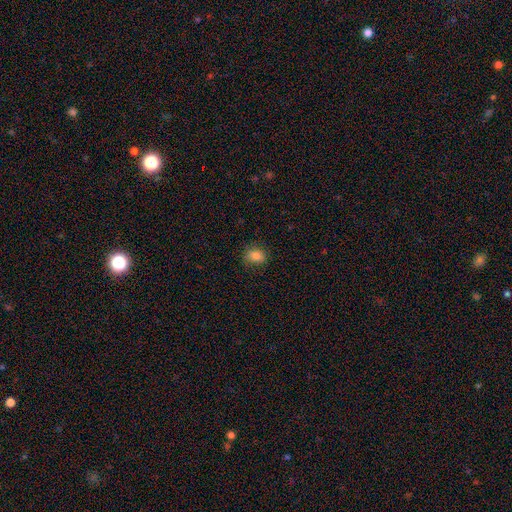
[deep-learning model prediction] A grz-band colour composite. It shows a smooth galaxy with no disk features (83%) that is in between round and cigar-shaped (56%). Merging: none (81%).